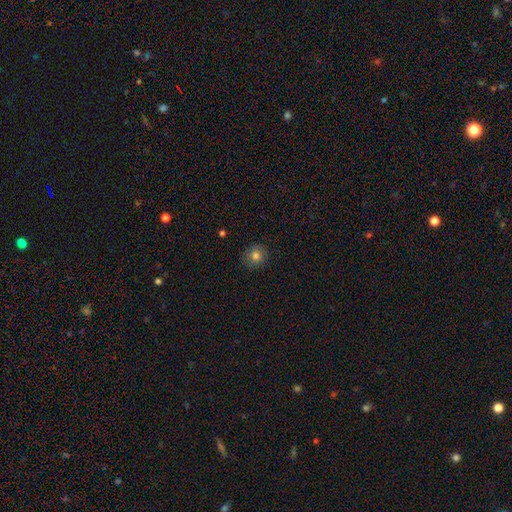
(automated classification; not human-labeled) Smooth or featured?
  - smooth: 80% *
  - star or artifact: 12%
  - featured or disk: 8%
How rounded?
  - round: 85% *
  - in between: 14%
  - cigar-shaped: 1%
Merging?
  - none: 88% *
  - minor disturbance: 9%
  - major disturbance: 2%
  - merger: 1%